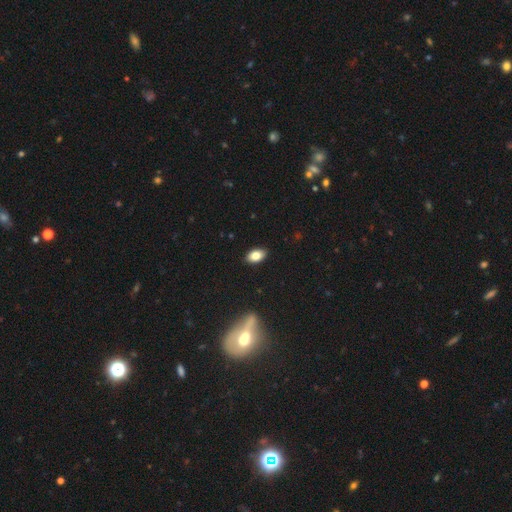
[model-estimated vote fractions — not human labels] Smooth or featured? smooth (83%)
How rounded? in between (90%)
Merging? none (89%)